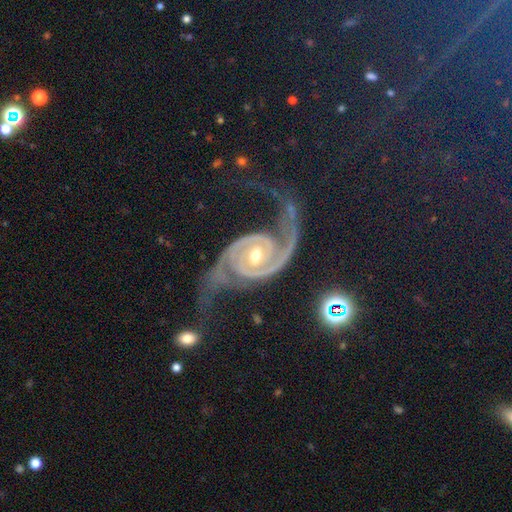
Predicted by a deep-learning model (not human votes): The model was most divided on "spiral winding": medium: 48%, tight: 28%, loose: 24%. More confident: spiral arms — yes (98%); edge-on disk — no (98%); spiral arm count — 2 (93%); smooth or featured — featured or disk (92%); bulge size — moderate (69%); merging — none (59%); bar — no (58%).